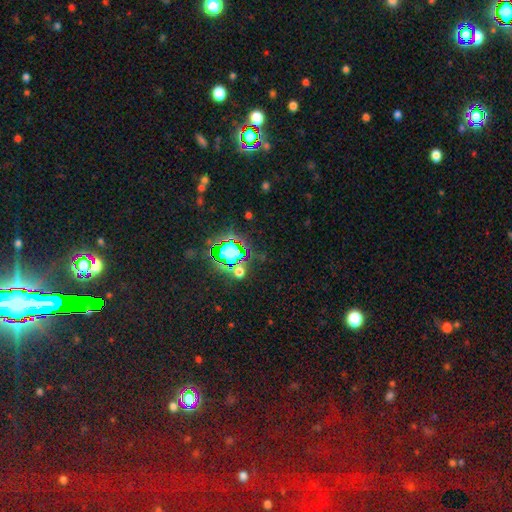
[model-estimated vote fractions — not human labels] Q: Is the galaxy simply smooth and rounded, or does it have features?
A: star or artifact — 78%.